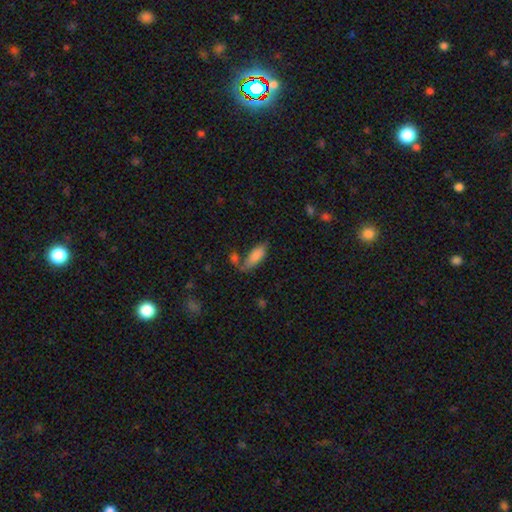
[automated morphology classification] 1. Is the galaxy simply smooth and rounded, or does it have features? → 80% smooth, 13% featured or disk, 7% star or artifact.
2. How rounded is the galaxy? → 72% in between, 26% cigar-shaped, 2% round.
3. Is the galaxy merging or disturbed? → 51% none, 23% minor disturbance, 17% merger, 9% major disturbance.